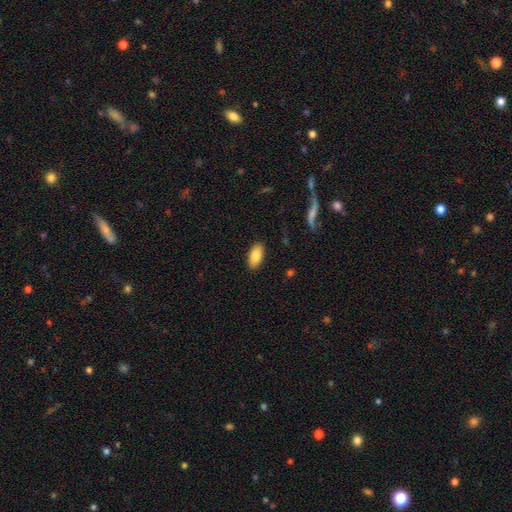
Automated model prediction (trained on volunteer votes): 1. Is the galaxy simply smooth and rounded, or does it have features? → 83% smooth, 11% featured or disk, 7% star or artifact.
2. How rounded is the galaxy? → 92% in between, 5% cigar-shaped, 3% round.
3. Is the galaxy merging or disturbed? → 89% none, 8% minor disturbance, 2% major disturbance, 1% merger.